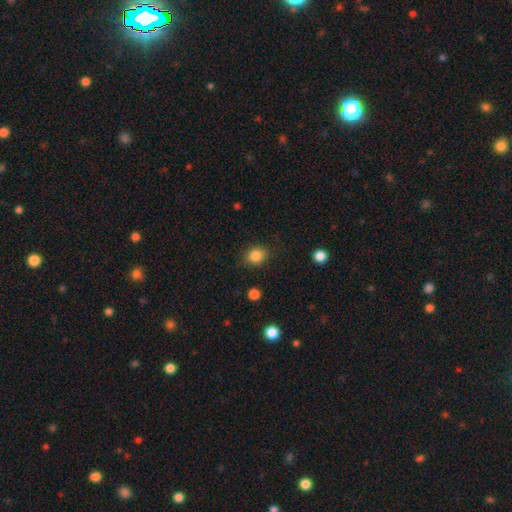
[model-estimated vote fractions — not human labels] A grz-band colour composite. It shows a smooth galaxy with no disk features (86%) that is round (61%). Merging: none (83%).